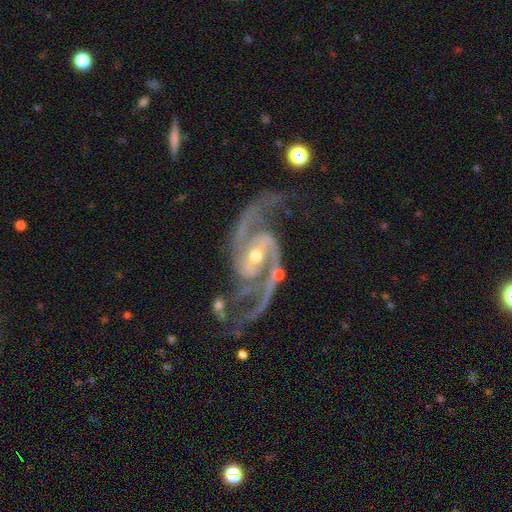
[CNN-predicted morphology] This is clearly a featured or disk galaxy (94%). It is clearly not viewed edge-on (98%). Bar: marginally weak (38%). Spiral arm pattern: clearly yes (99%). Spiral arm count: clearly 2 (84%). Spiral winding: possibly medium (57%). Central bulge: possibly moderate (53%). Merging: possibly none (54%).